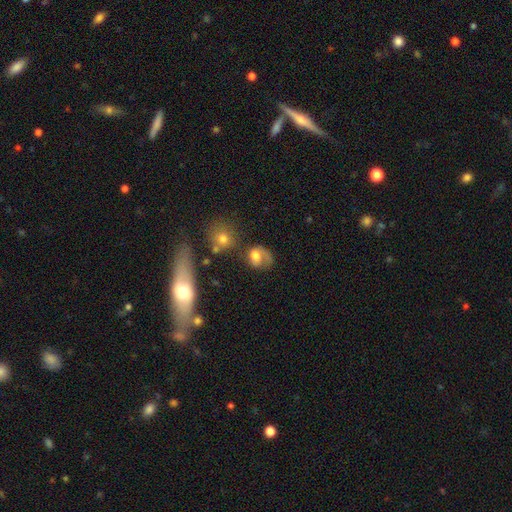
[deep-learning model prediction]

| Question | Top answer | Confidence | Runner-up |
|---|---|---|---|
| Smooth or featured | smooth | 57% | featured or disk (34%) |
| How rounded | round | 50% | in between (49%) |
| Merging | none | 35% | major disturbance (29%) |